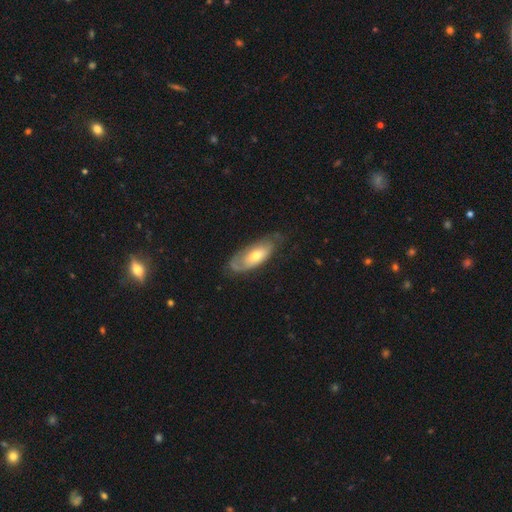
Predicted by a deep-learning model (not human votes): A featured or disk galaxy (51%). Merging: none (61%).